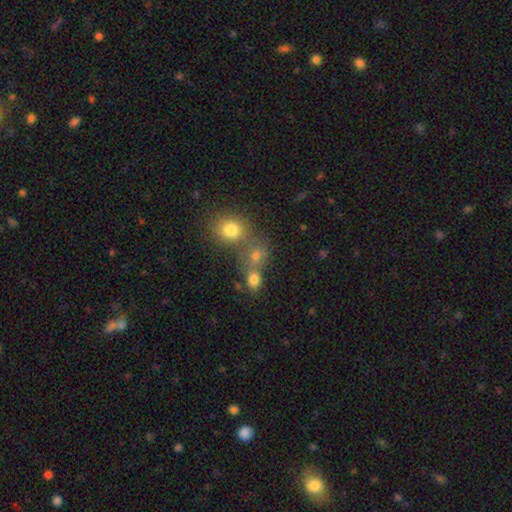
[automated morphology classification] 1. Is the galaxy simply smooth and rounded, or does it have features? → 73% smooth, 17% star or artifact, 10% featured or disk.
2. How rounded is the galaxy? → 68% round, 31% in between, 2% cigar-shaped.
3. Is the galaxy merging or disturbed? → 44% none, 43% merger, 9% minor disturbance, 5% major disturbance.